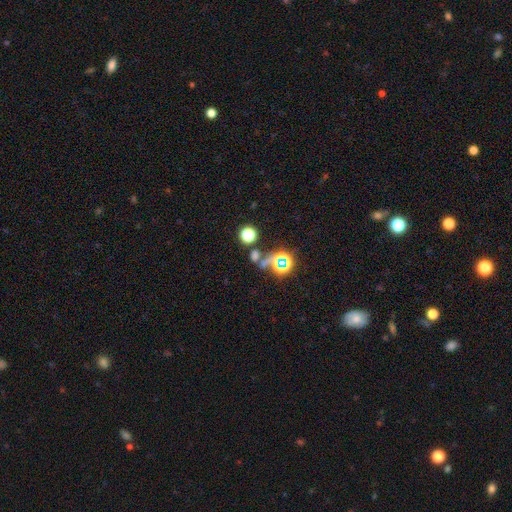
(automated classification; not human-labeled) star or artifact 52%, smooth 39%, featured or disk 10%.